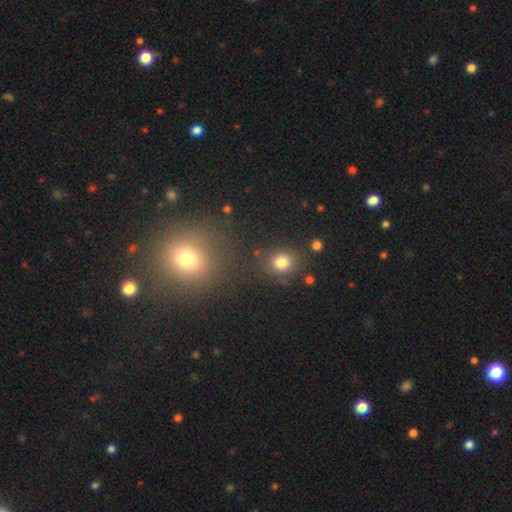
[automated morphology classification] Overall: smooth (51%; star or artifact 42%). How rounded: round (89%). Merging: none (85%).